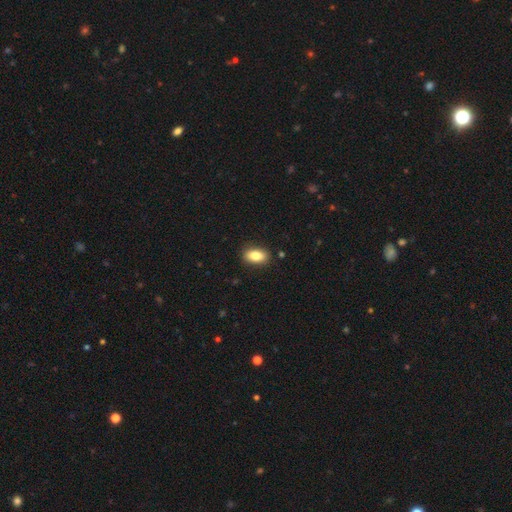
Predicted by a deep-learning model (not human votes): Smooth or featured?
  - smooth: 84% *
  - featured or disk: 8%
  - star or artifact: 8%
How rounded?
  - in between: 89% *
  - round: 7%
  - cigar-shaped: 4%
Merging?
  - none: 88% *
  - minor disturbance: 9%
  - major disturbance: 2%
  - merger: 1%